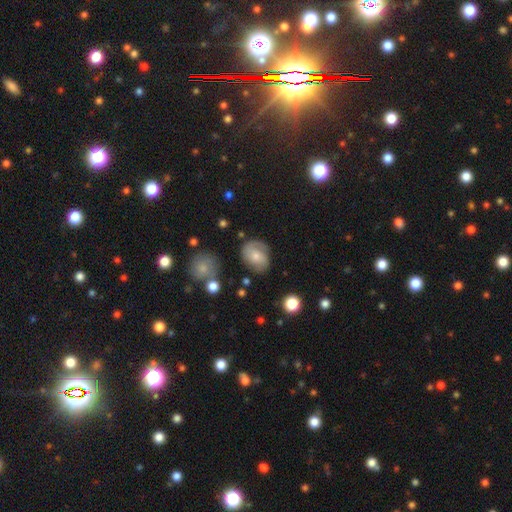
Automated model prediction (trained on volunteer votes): Q: Smooth or featured?
A: featured or disk (47%); runner-up: smooth (46%)
Q: Merging?
A: none (65%); runner-up: minor disturbance (23%)